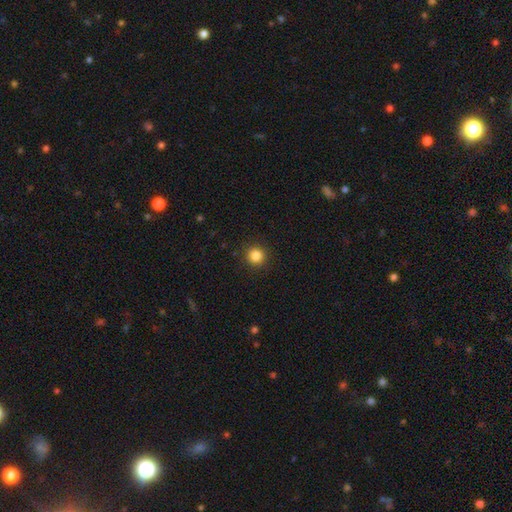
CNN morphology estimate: smooth-or-featured: smooth: 85% | star or artifact: 11% | featured or disk: 4%
  how-rounded: round: 94% | in between: 5% | cigar-shaped: 1%
  merging: none: 91% | minor disturbance: 6% | major disturbance: 2% | merger: 1%